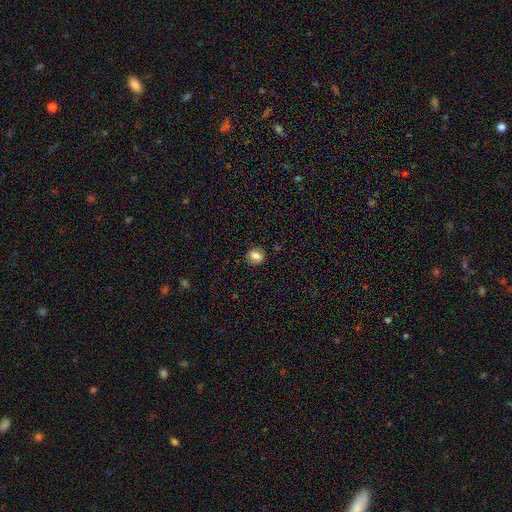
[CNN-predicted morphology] Smooth or featured: smooth — 77% (featured or disk — 12%)
How rounded: round — 65% (in between — 34%)
Merging: none — 82% (minor disturbance — 13%)